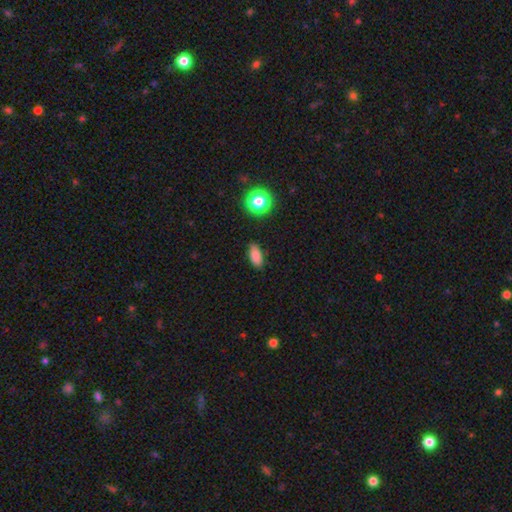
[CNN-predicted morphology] Q: Smooth or featured?
A: smooth (83%); runner-up: star or artifact (12%)
Q: How rounded?
A: in between (86%); runner-up: cigar-shaped (8%)
Q: Merging?
A: none (83%); runner-up: minor disturbance (13%)